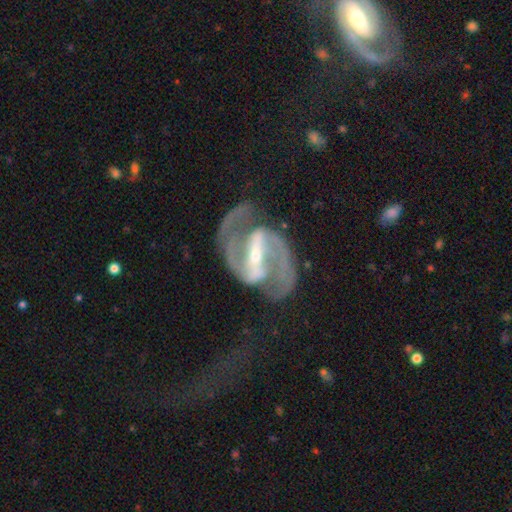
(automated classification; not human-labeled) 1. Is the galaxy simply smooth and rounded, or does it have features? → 92% featured or disk, 5% star or artifact, 3% smooth.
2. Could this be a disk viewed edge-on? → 97% no, 3% yes.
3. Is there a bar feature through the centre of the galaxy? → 78% strong, 16% weak, 6% no.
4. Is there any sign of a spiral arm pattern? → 97% yes, 3% no.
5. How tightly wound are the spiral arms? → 61% medium, 20% tight, 19% loose.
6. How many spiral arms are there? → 94% 2, 2% can't tell, 1% 3, 1% 1, 1% 4, 1% more than 4.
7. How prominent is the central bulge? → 71% small, 25% moderate, 2% large, 2% none, 1% dominant.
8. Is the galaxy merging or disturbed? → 72% none, 14% minor disturbance, 11% major disturbance, 3% merger.